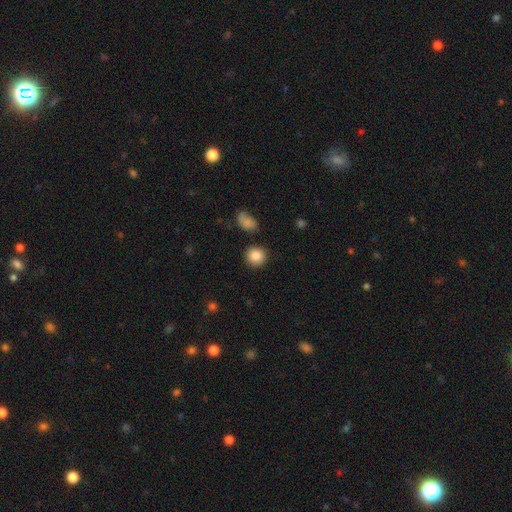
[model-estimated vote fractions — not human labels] Smooth or featured?
  - smooth: 86% *
  - star or artifact: 9%
  - featured or disk: 5%
How rounded?
  - round: 89% *
  - in between: 10%
  - cigar-shaped: 1%
Merging?
  - none: 87% *
  - minor disturbance: 8%
  - merger: 3%
  - major disturbance: 3%